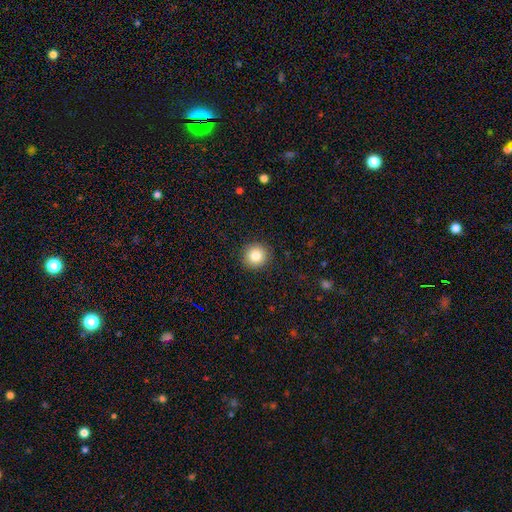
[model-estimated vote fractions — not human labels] A smooth galaxy with no disk features (84%) that is round (93%).

Vote fractions:
- Smooth or featured? smooth: 84% / star or artifact: 10% / featured or disk: 7%
- How rounded? round: 93% / in between: 6% / cigar-shaped: 1%
- Merging? none: 92% / minor disturbance: 6% / major disturbance: 2% / merger: 1%